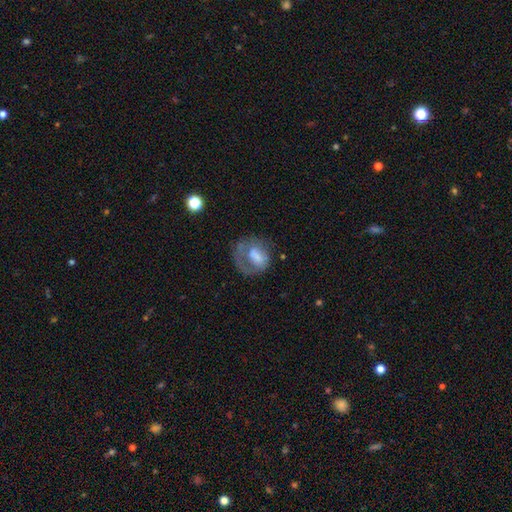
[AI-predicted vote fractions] Smooth or featured? featured or disk (49%)
Merging? none (43%)